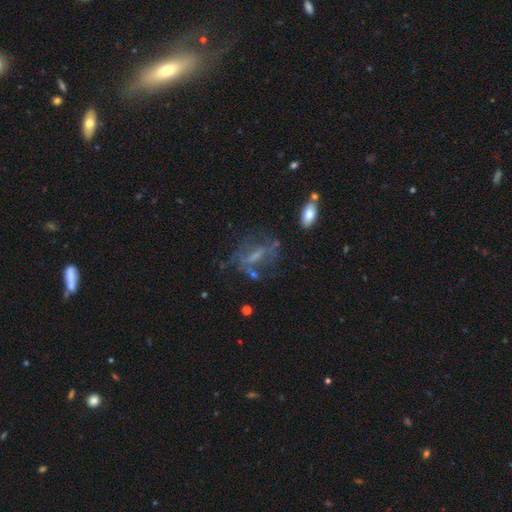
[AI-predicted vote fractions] smooth-or-featured: featured or disk: 57% | smooth: 26% | star or artifact: 17%
  disk-edge-on: no: 87% | yes: 13%
  merging: none: 48% | major disturbance: 25% | minor disturbance: 19% | merger: 7%